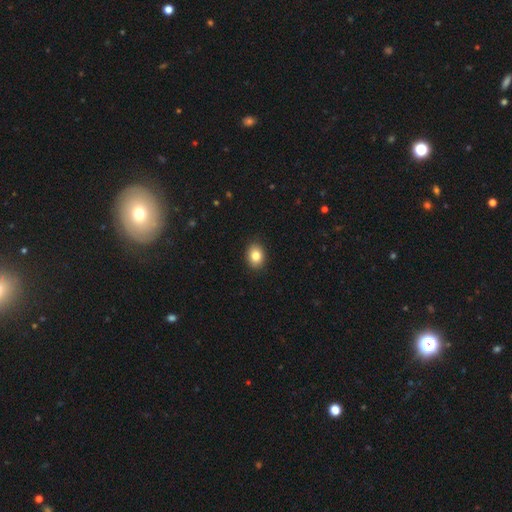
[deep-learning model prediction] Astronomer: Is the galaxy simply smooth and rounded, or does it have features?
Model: smooth — 83%.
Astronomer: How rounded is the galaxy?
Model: in between — 59% (runner-up: round, 41%).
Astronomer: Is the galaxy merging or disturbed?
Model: none — 90%.